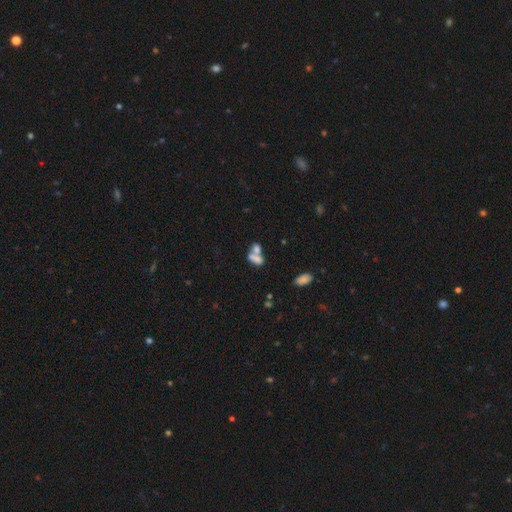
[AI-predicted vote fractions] smooth 69%, featured or disk 20%, star or artifact 11%. Down the decision tree: how rounded — in between (78%); merging — merger (63%).